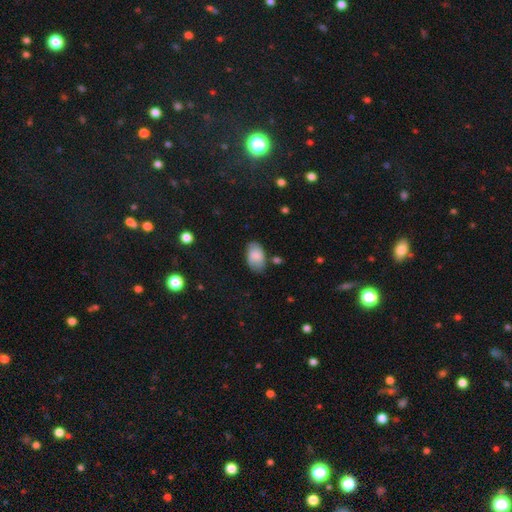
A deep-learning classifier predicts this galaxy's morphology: Q: Smooth or featured?
A: smooth (65%); runner-up: featured or disk (27%)
Q: How rounded?
A: in between (90%); runner-up: round (8%)
Q: Merging?
A: none (66%); runner-up: minor disturbance (23%)